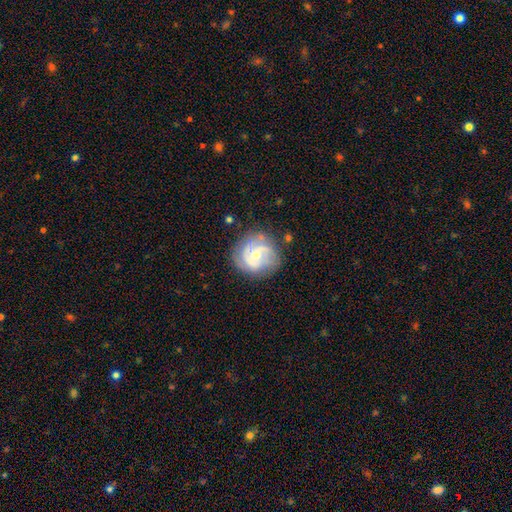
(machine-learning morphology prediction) Q: Smooth or featured?
A: featured or disk (77%); runner-up: smooth (17%)
Q: Edge-on disk?
A: no (98%); runner-up: yes (2%)
Q: Bar?
A: no (60%); runner-up: weak (34%)
Q: Spiral arms?
A: yes (92%); runner-up: no (8%)
Q: Spiral winding?
A: tight (48%); runner-up: medium (40%)
Q: Spiral arm count?
A: 2 (40%); runner-up: 3 (27%)
Q: Bulge size?
A: moderate (49%); runner-up: small (46%)
Q: Merging?
A: none (73%); runner-up: minor disturbance (17%)